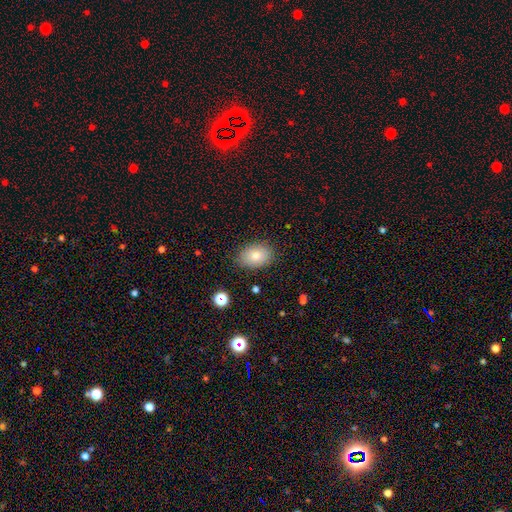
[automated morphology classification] Smooth or featured: smooth — 80% (featured or disk — 10%)
How rounded: in between — 84% (round — 15%)
Merging: none — 85% (minor disturbance — 11%)